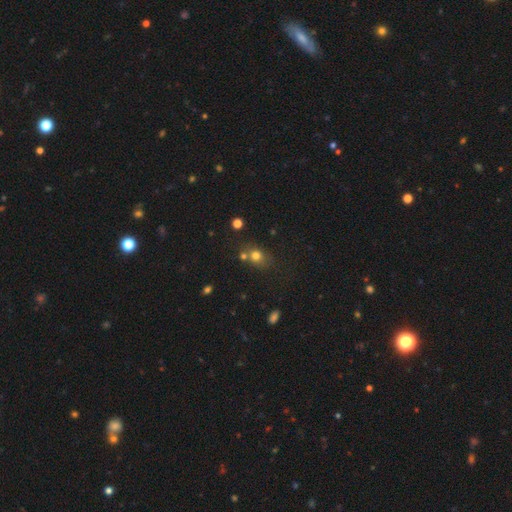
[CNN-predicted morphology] Overall: smooth (74%). How rounded: round (59%; in between 40%). Merging: none (57%; merger 24%).